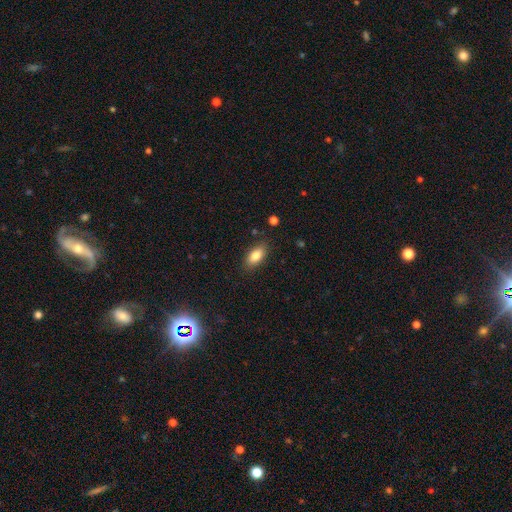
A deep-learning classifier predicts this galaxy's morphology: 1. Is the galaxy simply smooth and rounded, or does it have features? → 83% smooth, 9% featured or disk, 8% star or artifact.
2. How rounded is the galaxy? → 88% in between, 8% cigar-shaped, 4% round.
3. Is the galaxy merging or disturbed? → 85% none, 11% minor disturbance, 3% major disturbance, 1% merger.